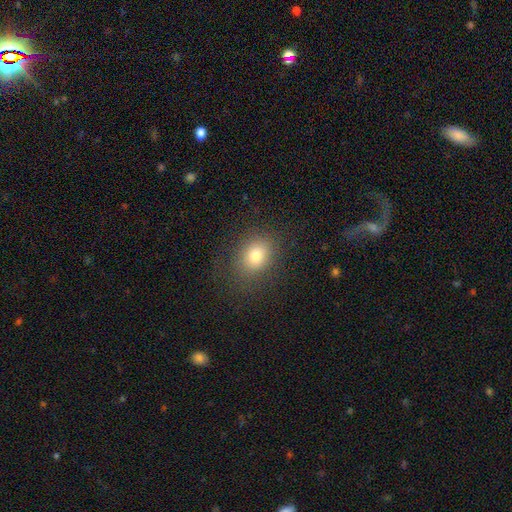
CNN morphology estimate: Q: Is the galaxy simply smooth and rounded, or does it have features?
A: smooth — 78%.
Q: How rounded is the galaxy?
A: in between — 50%.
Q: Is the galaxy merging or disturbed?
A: none — 84%.